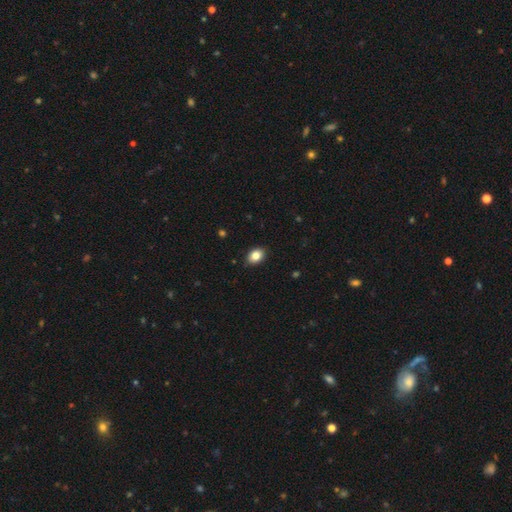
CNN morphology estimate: smooth_or_featured: smooth (p=0.84) [alt: star or artifact p=0.09]
how_rounded: in between (p=0.76) [alt: round p=0.22]
merging: none (p=0.86) [alt: minor disturbance p=0.11]